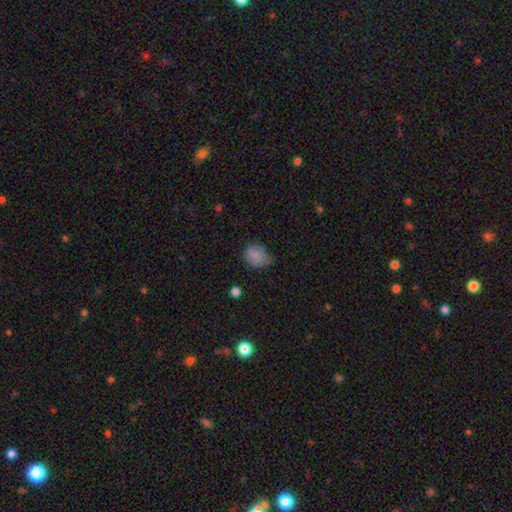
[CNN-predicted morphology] This appears to be a smooth galaxy with no disk features (82%) that is round (51%). Merging: none (50%).